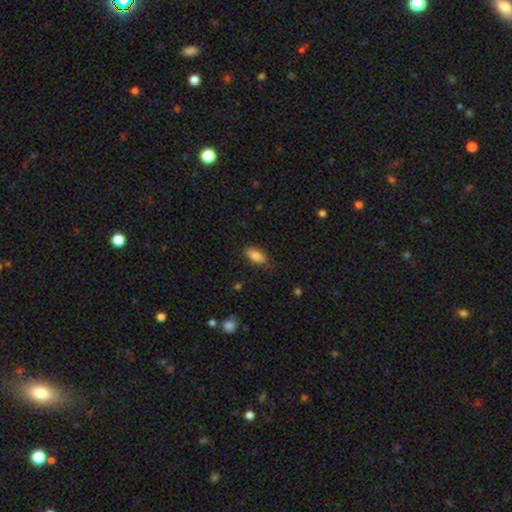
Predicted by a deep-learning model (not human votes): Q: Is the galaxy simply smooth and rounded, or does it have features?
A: smooth — 84%.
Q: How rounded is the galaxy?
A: in between — 88%.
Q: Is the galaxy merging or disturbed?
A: none — 81%.